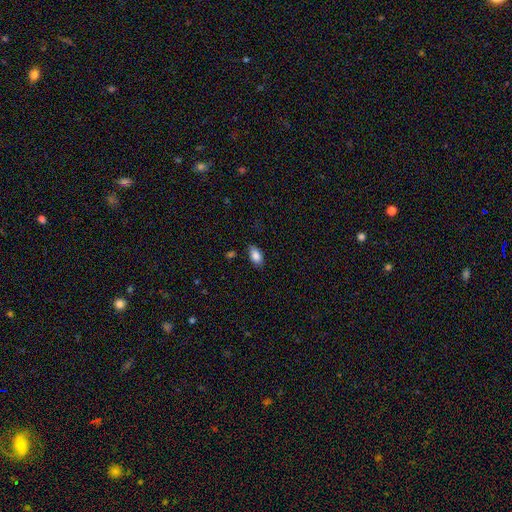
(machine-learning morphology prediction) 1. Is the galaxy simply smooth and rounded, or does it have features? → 84% smooth, 8% featured or disk, 8% star or artifact.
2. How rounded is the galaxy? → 91% in between, 5% round, 4% cigar-shaped.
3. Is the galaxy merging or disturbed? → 82% none, 14% minor disturbance, 3% major disturbance, 2% merger.